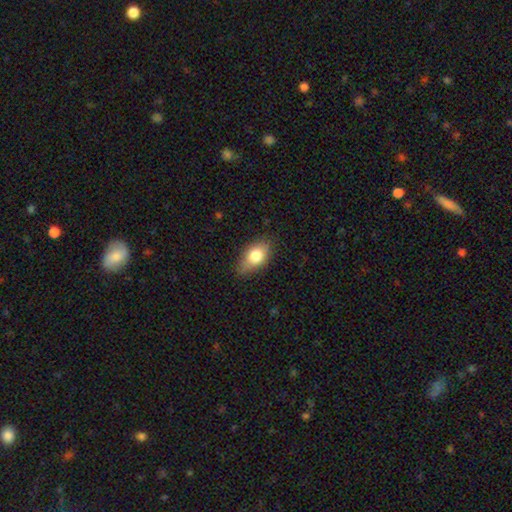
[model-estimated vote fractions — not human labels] smooth 78%, featured or disk 14%, star or artifact 7%. Down the decision tree: how rounded — in between (88%); merging — none (75%).